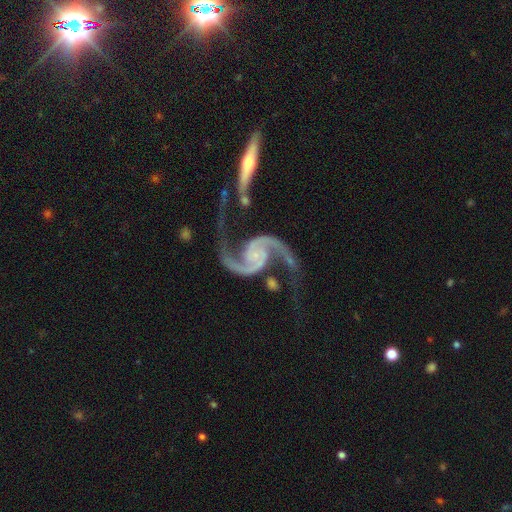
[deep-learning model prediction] Smooth or featured? featured or disk (95%)
Edge-on disk? no (98%)
Bar? no (67%)
Spiral arms? yes (98%)
Spiral winding? loose (54%)
Spiral arm count? 2 (95%)
Bulge size? small (62%)
Merging? none (53%)